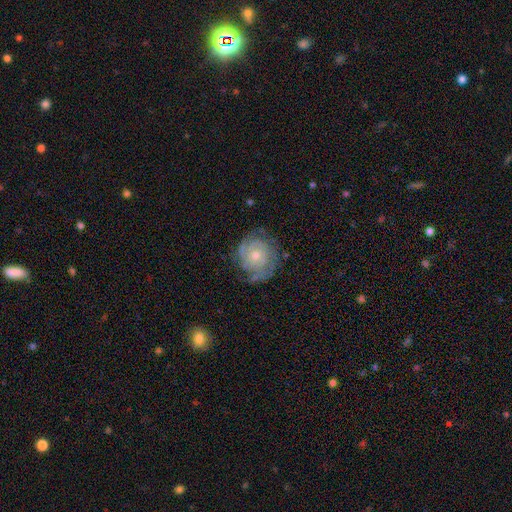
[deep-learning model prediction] Smooth or featured?
  - featured or disk: 81% *
  - smooth: 13%
  - star or artifact: 6%
Edge-on disk?
  - no: 98% *
  - yes: 2%
Bar?
  - no: 77% *
  - weak: 20%
  - strong: 3%
Spiral arms?
  - yes: 93% *
  - no: 7%
Spiral winding?
  - tight: 69% *
  - medium: 24%
  - loose: 6%
Spiral arm count?
  - 2: 37% *
  - can't tell: 29%
  - 3: 17%
  - 4: 6%
  - 1: 5%
  - more than 4: 4%
Bulge size?
  - small: 51% *
  - moderate: 44%
  - large: 2%
  - none: 2%
  - dominant: 1%
Merging?
  - none: 71% *
  - minor disturbance: 19%
  - major disturbance: 8%
  - merger: 2%